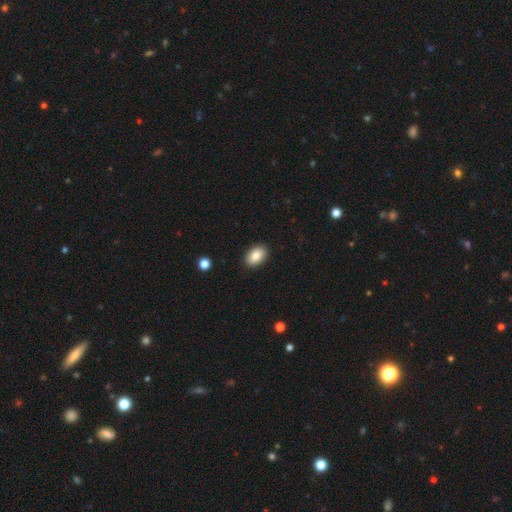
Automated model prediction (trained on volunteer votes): A smooth galaxy with no disk features (85%) that is in between round and cigar-shaped (87%). Merging: none (89%).